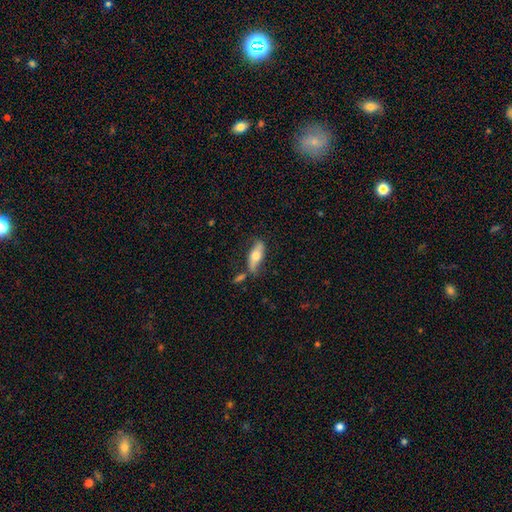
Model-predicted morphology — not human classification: Q: Smooth or featured?
A: smooth (53%); runner-up: featured or disk (41%)
Q: How rounded?
A: in between (60%); runner-up: cigar-shaped (37%)
Q: Merging?
A: none (67%); runner-up: minor disturbance (20%)